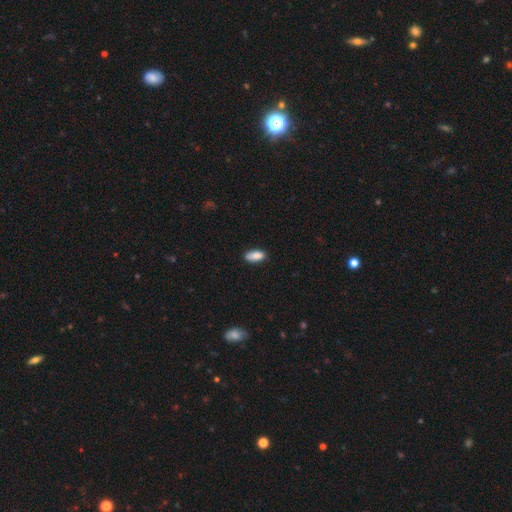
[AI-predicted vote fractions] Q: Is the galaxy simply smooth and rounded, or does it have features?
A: smooth — 88%.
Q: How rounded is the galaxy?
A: in between — 87%.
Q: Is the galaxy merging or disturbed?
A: none — 84%.